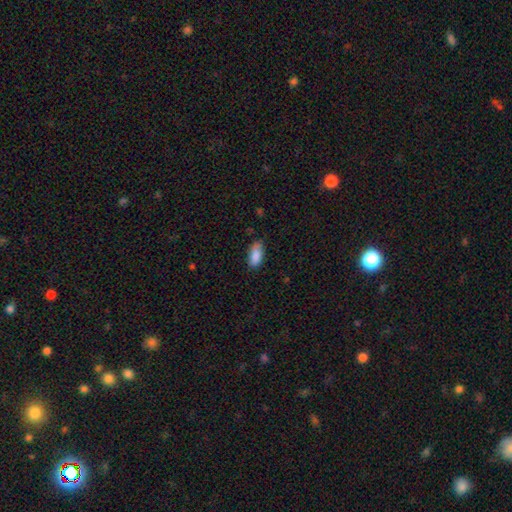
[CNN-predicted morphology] The model was most divided on "merging": none: 71%, minor disturbance: 23%, major disturbance: 4%, merger: 1%. More confident: how rounded — in between (88%); smooth or featured — smooth (88%).